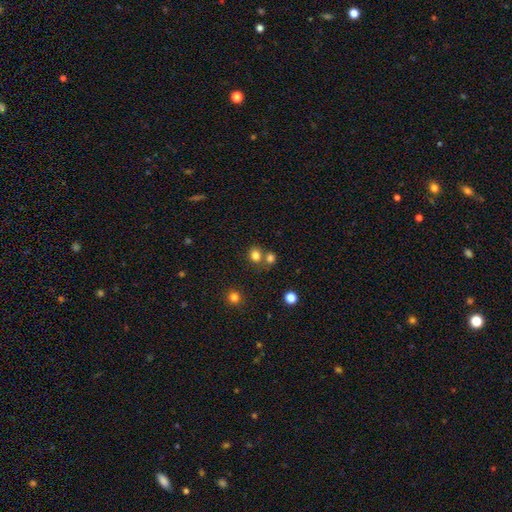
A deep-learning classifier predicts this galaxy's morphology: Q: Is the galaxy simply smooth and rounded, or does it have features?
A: smooth — 79%.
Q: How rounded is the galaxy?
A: round — 72%.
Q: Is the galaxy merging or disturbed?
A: none — 58%.